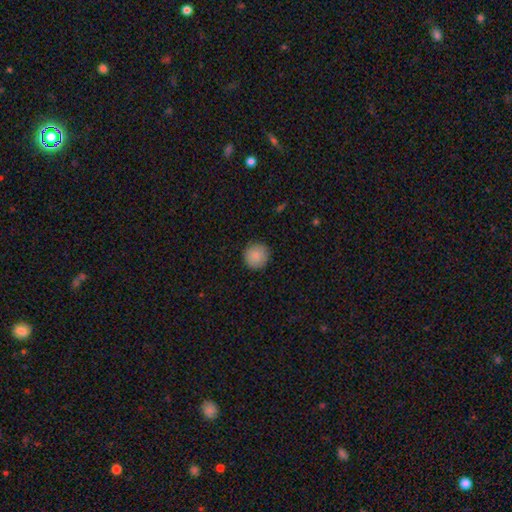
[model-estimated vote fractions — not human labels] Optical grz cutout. It shows a smooth galaxy with no disk features (88%) that is round (94%). Merging: none (89%).